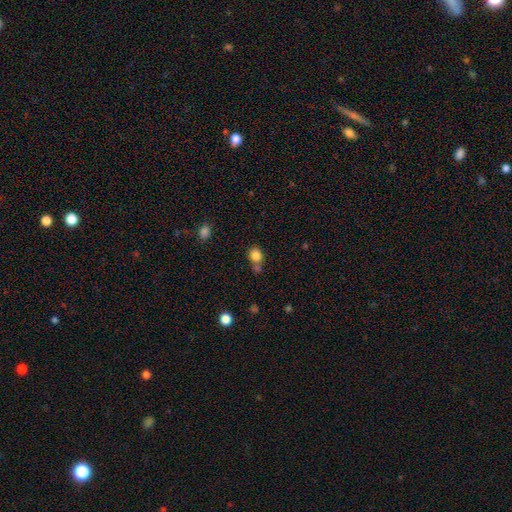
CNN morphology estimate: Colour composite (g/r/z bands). It shows a smooth galaxy with no disk features (83%) that is round (58%). Merging: none (58%).